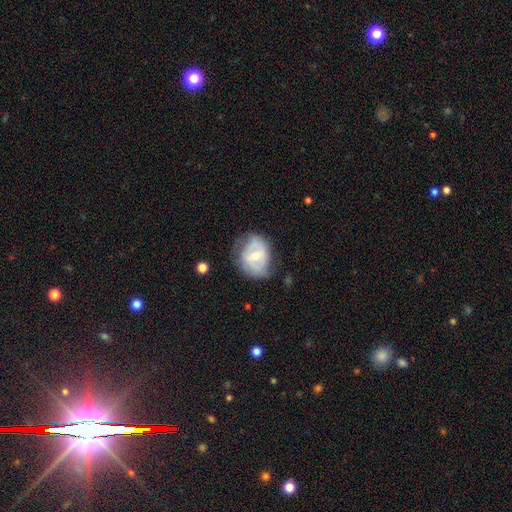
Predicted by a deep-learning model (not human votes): Smooth or featured?
  - featured or disk: 57% *
  - smooth: 37%
  - star or artifact: 6%
Edge-on disk?
  - no: 96% *
  - yes: 4%
Bar?
  - weak: 45% *
  - no: 37%
  - strong: 18%
Spiral arms?
  - yes: 56% *
  - no: 44%
Bulge size?
  - moderate: 59% *
  - small: 36%
  - large: 3%
  - none: 1%
  - dominant: 1%
Merging?
  - none: 54% *
  - minor disturbance: 31%
  - major disturbance: 13%
  - merger: 2%